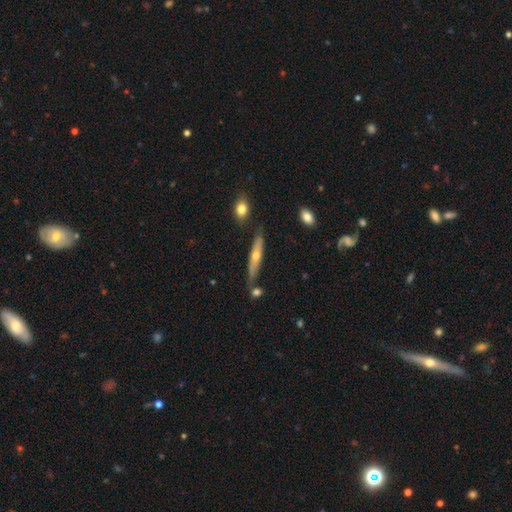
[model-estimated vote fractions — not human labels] smooth-or-featured: featured or disk: 54% | smooth: 39% | star or artifact: 7%
  disk-edge-on: yes: 86% | no: 14%
  merging: none: 72% | minor disturbance: 17% | merger: 7% | major disturbance: 3%